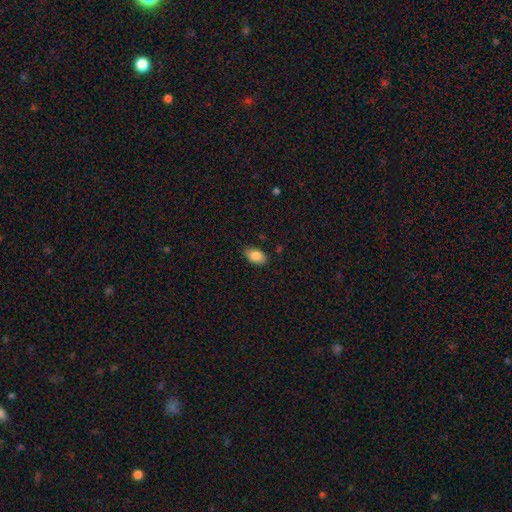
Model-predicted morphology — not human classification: Q: Smooth or featured?
A: smooth (86%); runner-up: star or artifact (8%)
Q: How rounded?
A: in between (91%); runner-up: round (7%)
Q: Merging?
A: none (83%); runner-up: minor disturbance (13%)